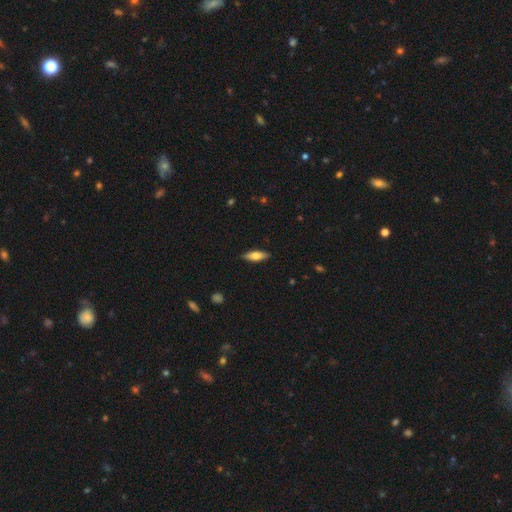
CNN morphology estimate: smooth_or_featured: smooth (p=0.63) [alt: featured or disk p=0.31]
how_rounded: in between (p=0.55) [alt: cigar-shaped p=0.43]
merging: none (p=0.89) [alt: minor disturbance p=0.08]